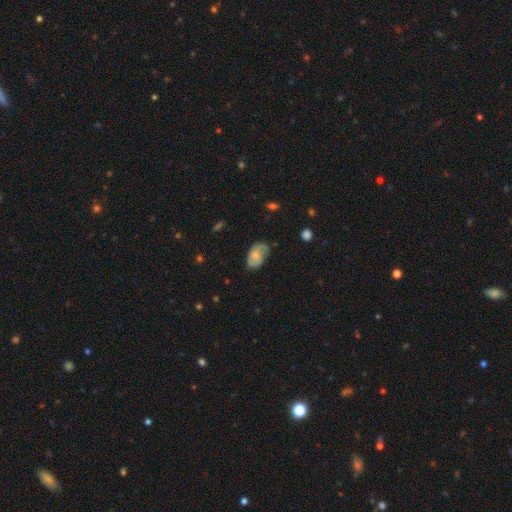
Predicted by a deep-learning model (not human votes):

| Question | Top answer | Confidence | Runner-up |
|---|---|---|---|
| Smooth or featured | smooth | 65% | featured or disk (27%) |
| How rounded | in between | 91% | round (7%) |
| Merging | none | 54% | minor disturbance (33%) |